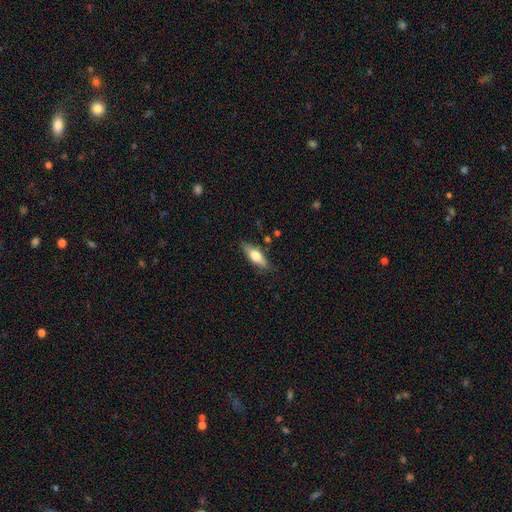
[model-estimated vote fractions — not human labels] This appears to be a smooth galaxy with no disk features (57%) that is in between round and cigar-shaped (55%). Merging: none (80%).